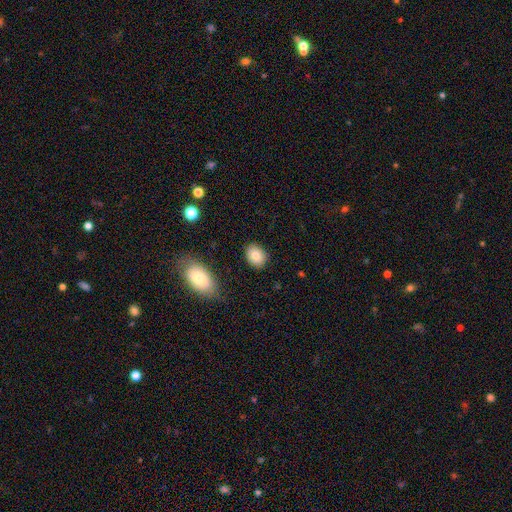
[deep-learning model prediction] Smooth or featured: smooth — 84% (star or artifact — 8%)
How rounded: in between — 58% (round — 40%)
Merging: none — 85% (minor disturbance — 10%)